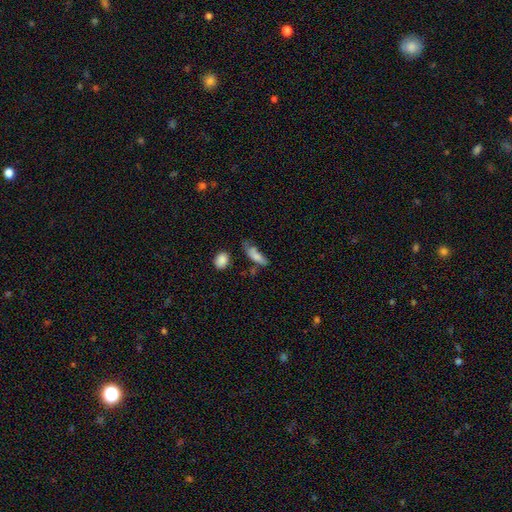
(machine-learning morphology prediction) Smooth or featured? smooth (77%)
How rounded? in between (57%)
Merging? none (42%)